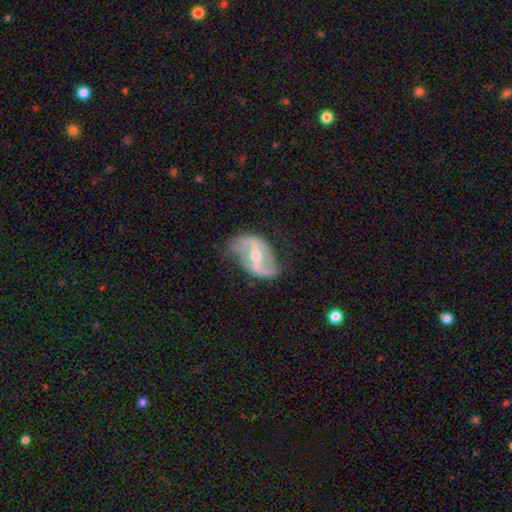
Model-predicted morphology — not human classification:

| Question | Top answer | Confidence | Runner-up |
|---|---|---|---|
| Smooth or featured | featured or disk | 86% | smooth (9%) |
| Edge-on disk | no | 96% | yes (4%) |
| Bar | strong | 55% | weak (31%) |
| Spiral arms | yes | 88% | no (12%) |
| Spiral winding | loose | 61% | medium (29%) |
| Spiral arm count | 2 | 88% | can't tell (5%) |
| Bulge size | moderate | 52% | small (44%) |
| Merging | none | 64% | minor disturbance (23%) |